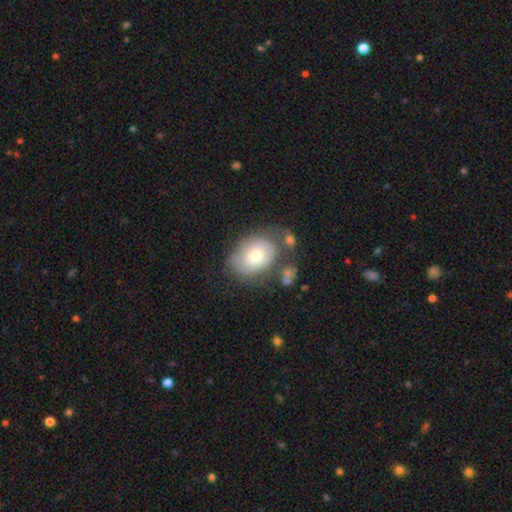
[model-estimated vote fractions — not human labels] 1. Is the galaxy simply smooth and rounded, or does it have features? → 57% smooth, 35% featured or disk, 8% star or artifact.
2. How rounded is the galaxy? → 67% in between, 32% round, 1% cigar-shaped.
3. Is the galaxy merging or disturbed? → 56% none, 22% minor disturbance, 12% merger, 10% major disturbance.